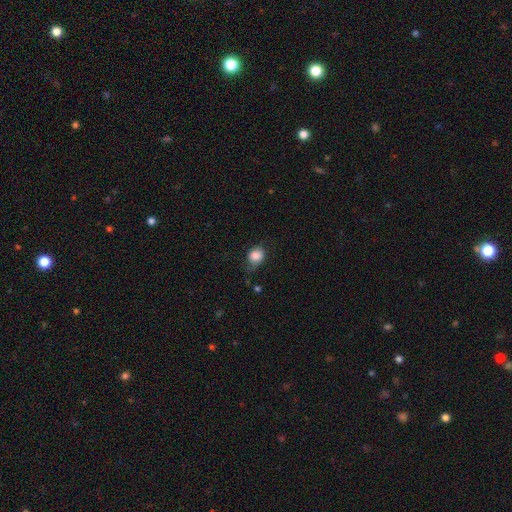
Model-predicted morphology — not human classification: Smooth or featured? Predicted: smooth (p=0.82). How rounded? Predicted: in between (p=0.51). Merging? Predicted: none (p=0.50).